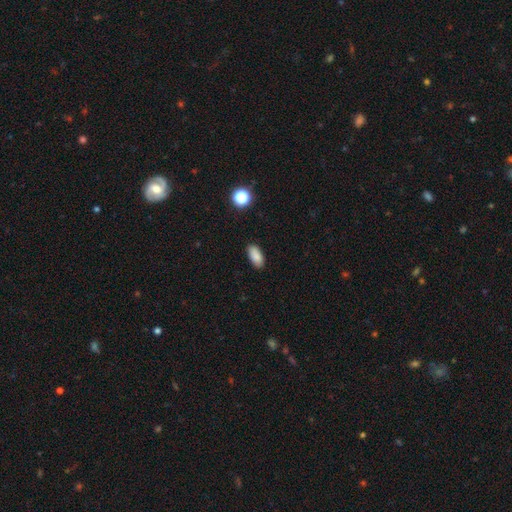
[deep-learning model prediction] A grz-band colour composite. It shows a smooth galaxy with no disk features (86%) that is in between round and cigar-shaped (91%). Merging: none (87%).